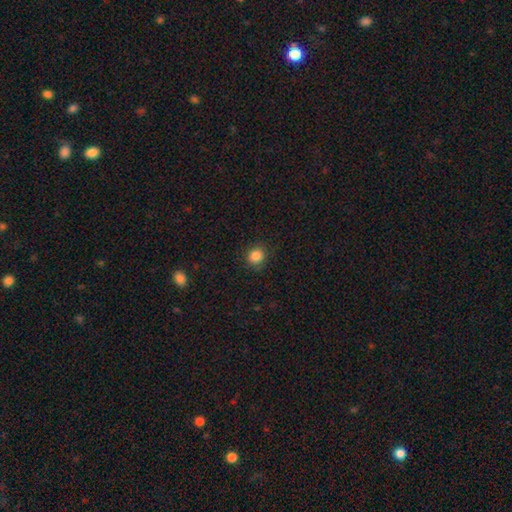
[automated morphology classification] A smooth galaxy with no disk features (85%) that is round (86%). Merging: none (88%).